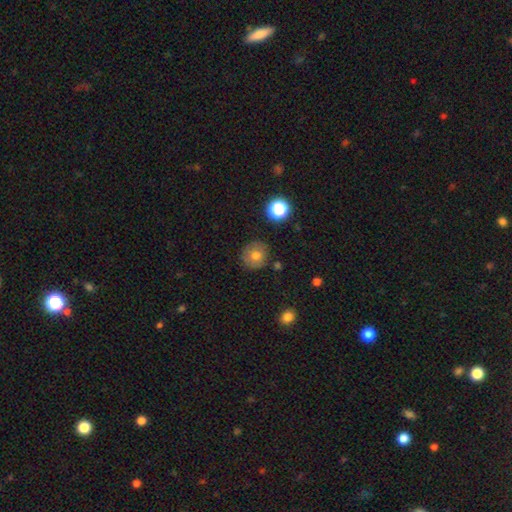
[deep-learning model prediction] A smooth galaxy with no disk features (74%) that is round (91%). Merging: none (83%).